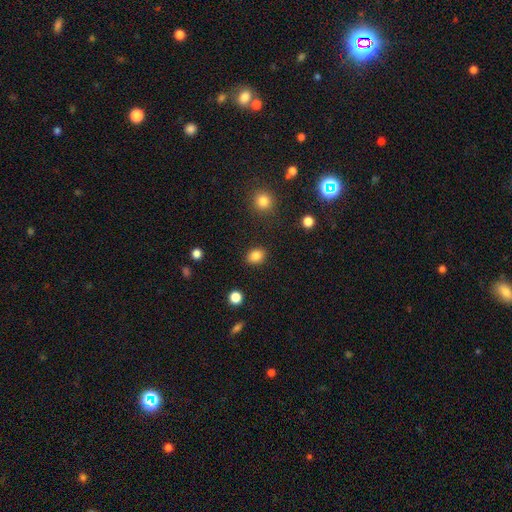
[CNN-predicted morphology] smooth_or_featured: smooth (p=0.85) [alt: star or artifact p=0.10]
how_rounded: in between (p=0.61) [alt: round p=0.38]
merging: none (p=0.88) [alt: minor disturbance p=0.08]